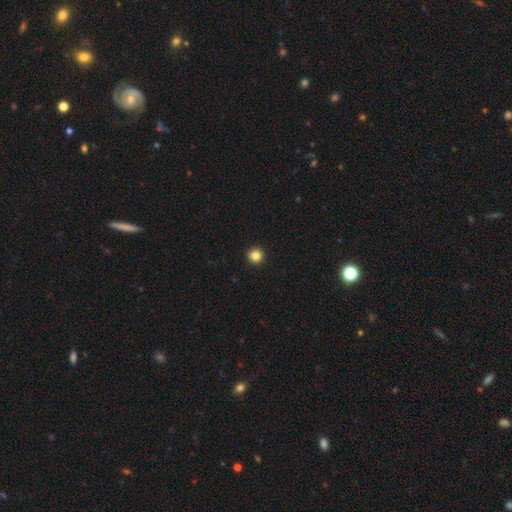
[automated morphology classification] Q: Smooth or featured?
A: smooth (84%); runner-up: star or artifact (12%)
Q: How rounded?
A: round (96%); runner-up: in between (3%)
Q: Merging?
A: none (94%); runner-up: minor disturbance (4%)